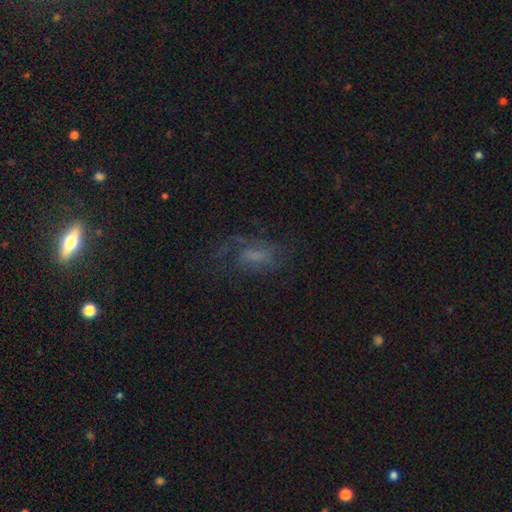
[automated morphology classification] smooth_or_featured: featured or disk (p=0.55) [alt: smooth p=0.31]
disk_edge_on: no (p=0.94) [alt: yes p=0.06]
bar: no (p=0.47) [alt: weak p=0.40]
has_spiral_arms: yes (p=0.75) [alt: no p=0.25]
bulge_size: none (p=0.42) [alt: small p=0.24]
merging: none (p=0.47) [alt: major disturbance p=0.31]